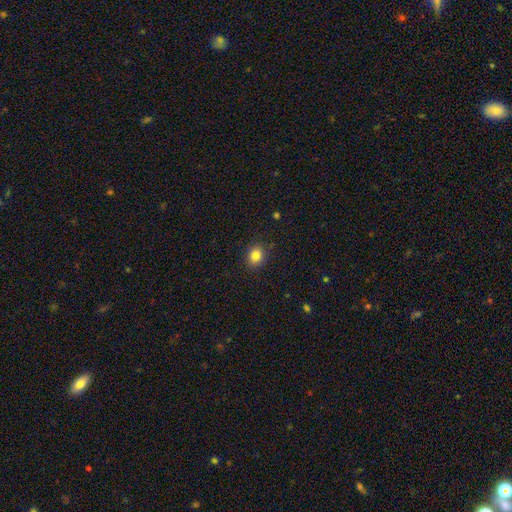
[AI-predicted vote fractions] smooth_or_featured: smooth (p=0.83) [alt: star or artifact p=0.11]
how_rounded: round (p=0.69) [alt: in between p=0.31]
merging: none (p=0.89) [alt: minor disturbance p=0.08]